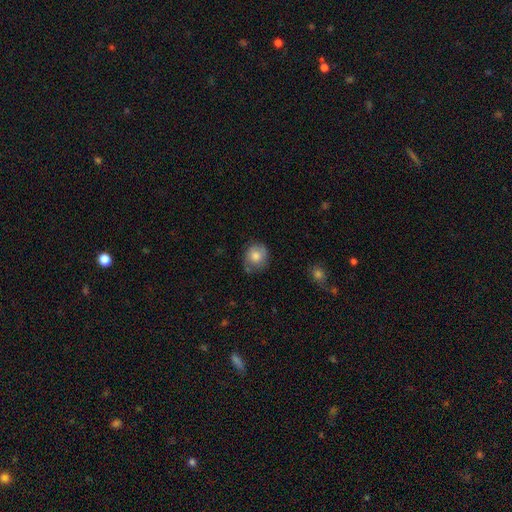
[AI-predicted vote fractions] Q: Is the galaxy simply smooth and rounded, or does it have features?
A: smooth — 75%.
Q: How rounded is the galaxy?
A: round — 78%.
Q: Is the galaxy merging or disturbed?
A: none — 69%.